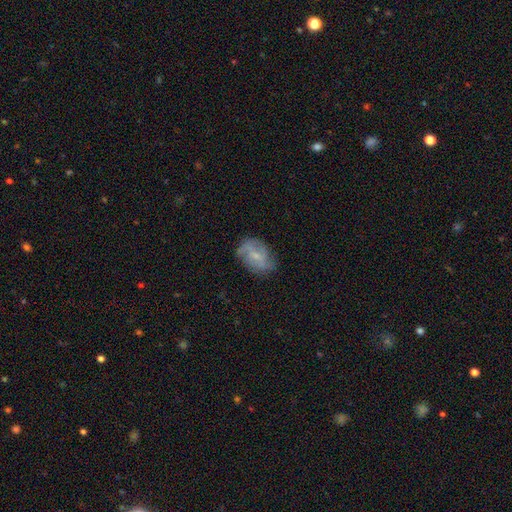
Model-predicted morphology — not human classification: Overall: featured or disk (61%; smooth 31%). Edge-on disk: no (96%). Bar: no (45%, tied with weak). Spiral arms: yes (84%). Bulge size: small (62%; moderate 25%). Merging: none (67%).